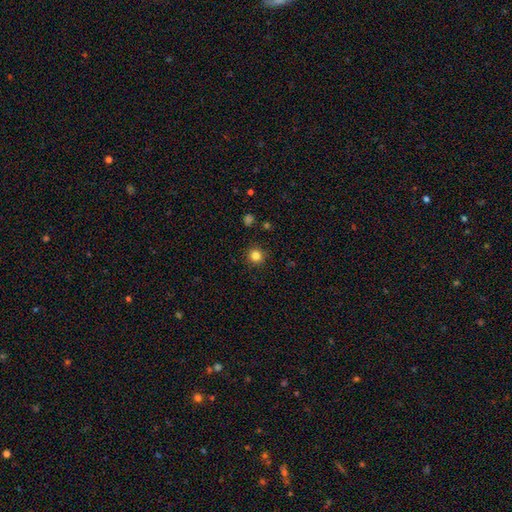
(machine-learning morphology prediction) This appears to be a smooth galaxy with no disk features (83%) that is round (94%). Merging: none (91%).